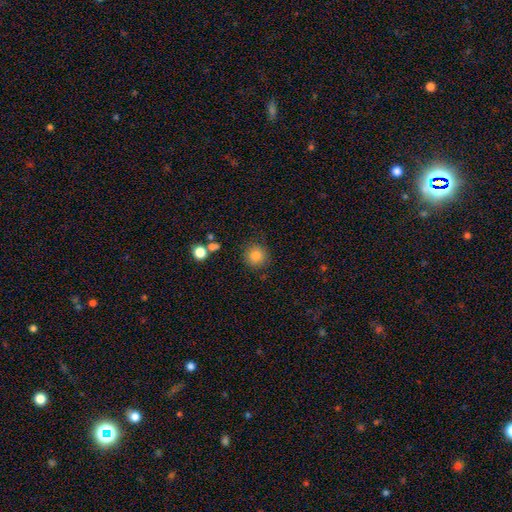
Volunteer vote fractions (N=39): smooth-or-featured: smooth: 90% | star or artifact: 8% | featured or disk: 3%
  how-rounded: round: 97% | in between: 3% | cigar-shaped: 0%
  merging: none: 83% | minor disturbance: 8% | merger: 6% | major disturbance: 3%